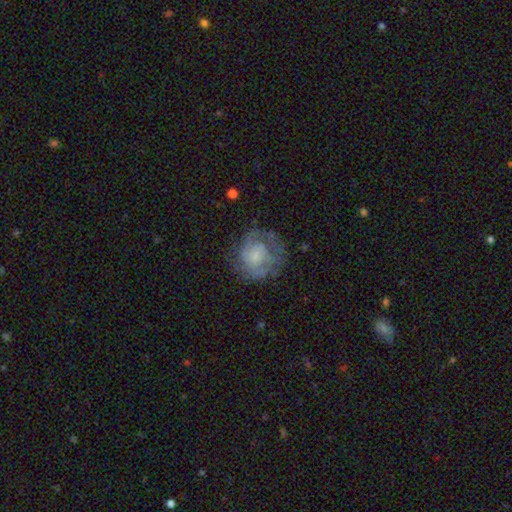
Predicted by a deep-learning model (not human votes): The model was most divided on "bulge size": small: 37%, moderate: 28%, none: 25%, large: 8%, dominant: 2%. More confident: edge-on disk — no (98%); bar — no (79%); spiral arms — yes (59%); merging — none (58%); smooth or featured — featured or disk (56%).